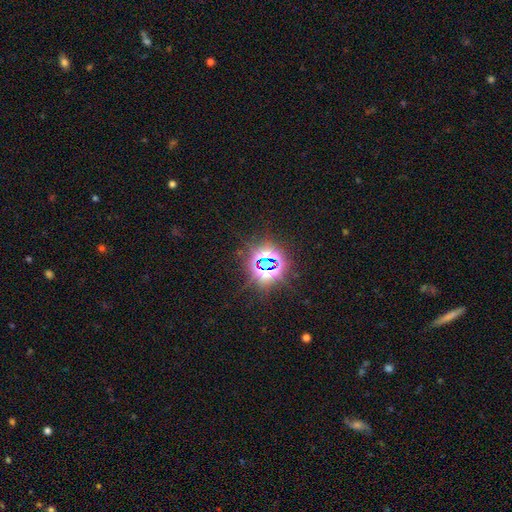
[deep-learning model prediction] The model was most divided on "smooth or featured": star or artifact: 81%, smooth: 11%, featured or disk: 8%.